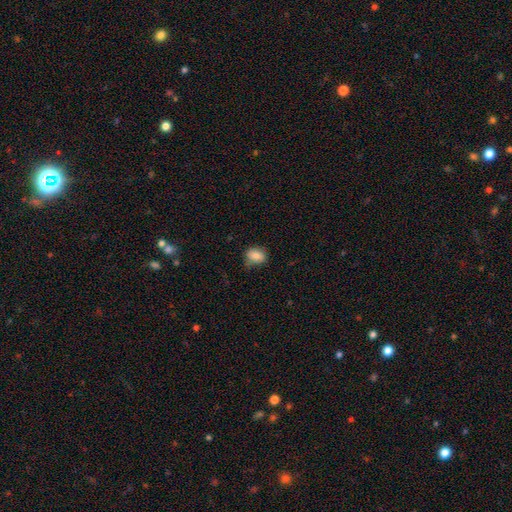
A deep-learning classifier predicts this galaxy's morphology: smooth 82%, featured or disk 9%, star or artifact 9%. Down the decision tree: how rounded — in between (52%); merging — none (72%).